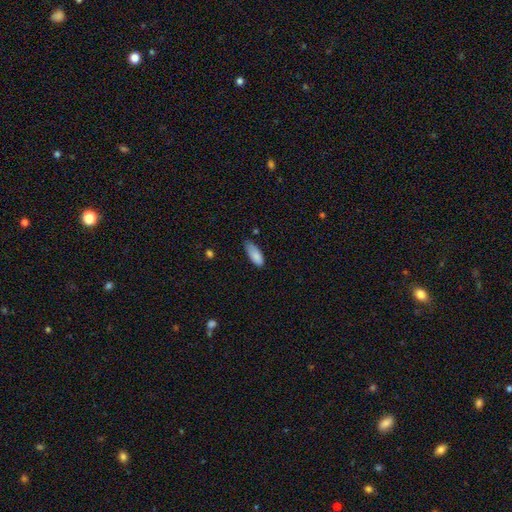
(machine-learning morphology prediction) smooth-or-featured: smooth: 86% | featured or disk: 7% | star or artifact: 7%
  how-rounded: in between: 82% | cigar-shaped: 16% | round: 2%
  merging: none: 57% | minor disturbance: 35% | major disturbance: 6% | merger: 2%